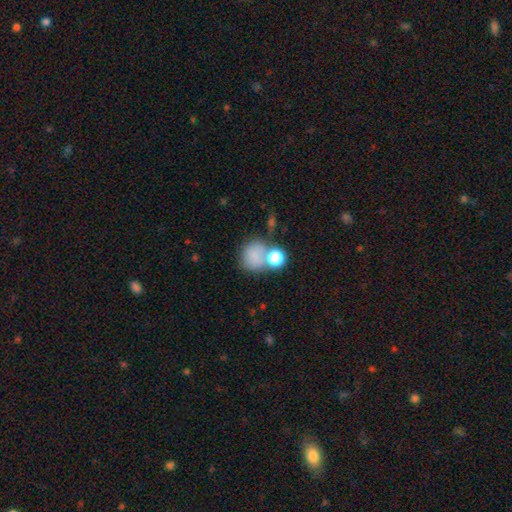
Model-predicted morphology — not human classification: smooth-or-featured: smooth: 76% | star or artifact: 12% | featured or disk: 12%
  how-rounded: round: 73% | in between: 26% | cigar-shaped: 1%
  merging: none: 41% | merger: 35% | minor disturbance: 14% | major disturbance: 10%